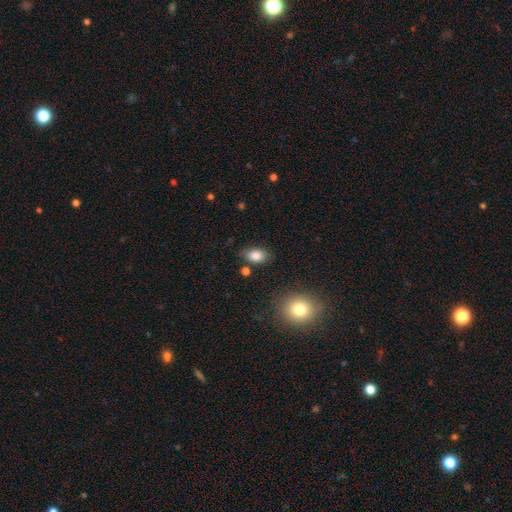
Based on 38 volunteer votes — Overall: smooth (89%). How rounded: in between (82%). Merging: none (81%).